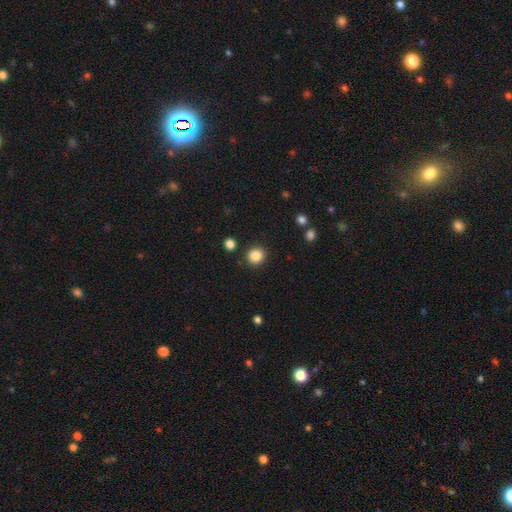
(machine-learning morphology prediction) smooth 86%, star or artifact 10%, featured or disk 4%. Down the decision tree: how rounded — round (89%); merging — none (90%).